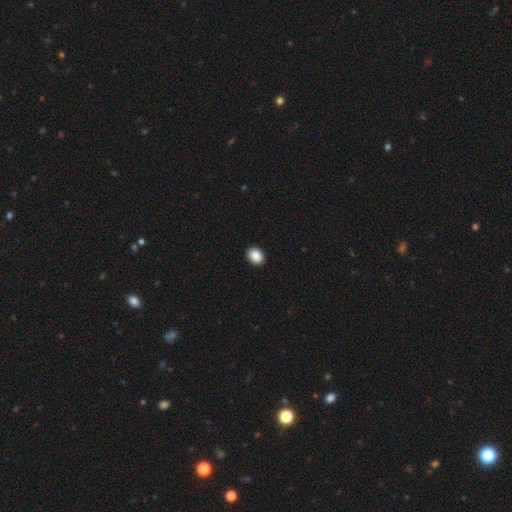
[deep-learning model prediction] The model was most divided on "how rounded": in between: 53%, round: 46%, cigar-shaped: 1%. More confident: merging — none (92%); smooth or featured — smooth (89%).